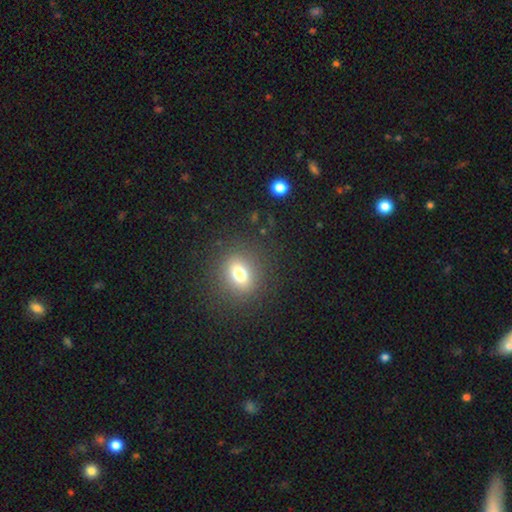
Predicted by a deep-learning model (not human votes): smooth 65%, star or artifact 26%, featured or disk 9%. Down the decision tree: how rounded — round (74%); merging — none (91%).